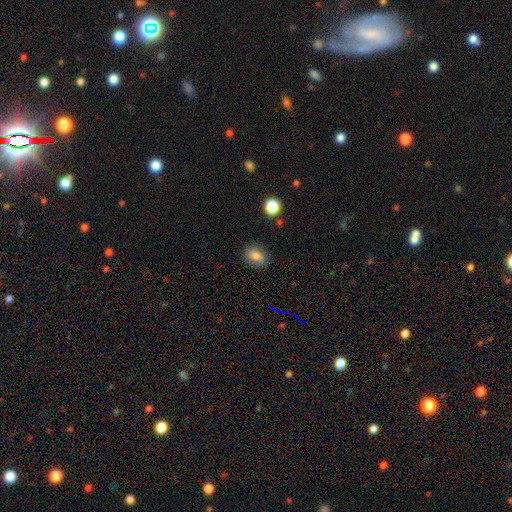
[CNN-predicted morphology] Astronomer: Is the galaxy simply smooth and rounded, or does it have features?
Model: smooth — 79%.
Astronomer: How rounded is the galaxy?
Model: in between — 63%.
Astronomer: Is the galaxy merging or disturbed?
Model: none — 81%.